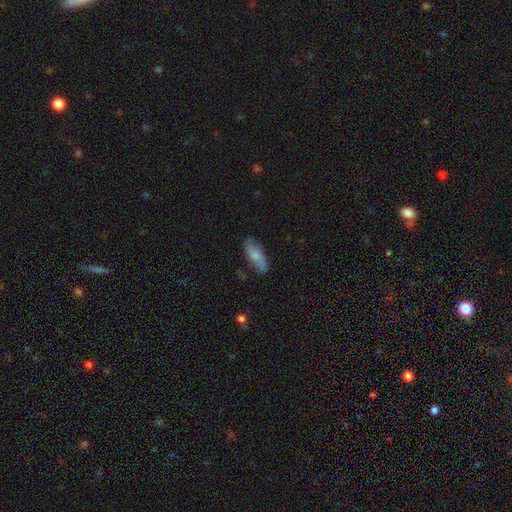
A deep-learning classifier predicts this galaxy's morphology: smooth-or-featured: smooth: 68% | featured or disk: 25% | star or artifact: 6%
  how-rounded: in between: 69% | cigar-shaped: 28% | round: 3%
  merging: none: 72% | minor disturbance: 21% | major disturbance: 5% | merger: 2%